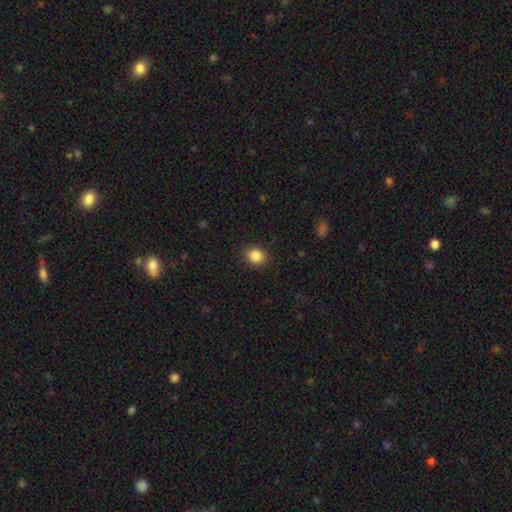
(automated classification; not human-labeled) A smooth galaxy with no disk features (86%) that is round (72%).

Vote fractions:
- Smooth or featured? smooth: 86% / star or artifact: 10% / featured or disk: 4%
- How rounded? round: 72% / in between: 27% / cigar-shaped: 1%
- Merging? none: 90% / minor disturbance: 7% / major disturbance: 2% / merger: 1%